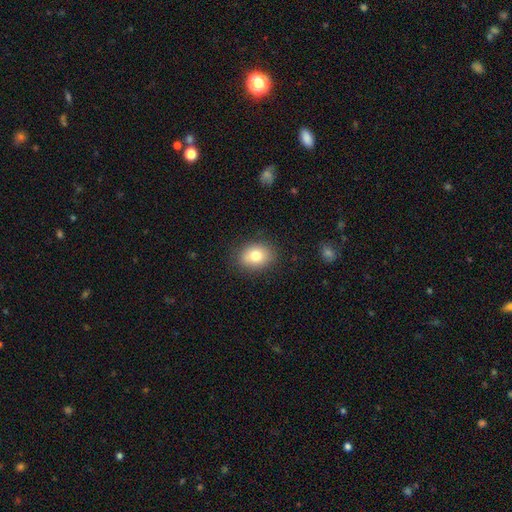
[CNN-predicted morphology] smooth_or_featured: smooth (p=0.78) [alt: featured or disk p=0.12]
how_rounded: in between (p=0.58) [alt: round p=0.41]
merging: none (p=0.86) [alt: minor disturbance p=0.11]